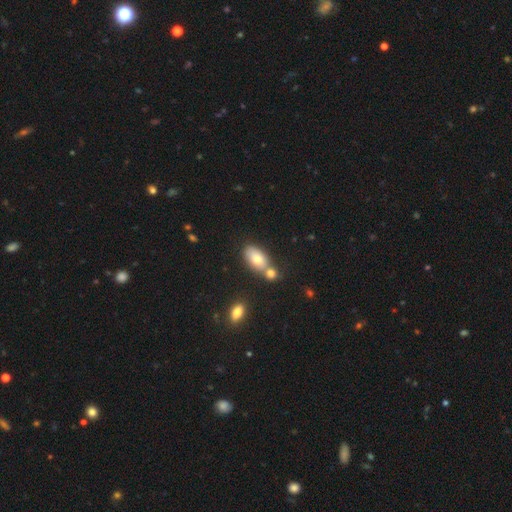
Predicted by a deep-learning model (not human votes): The model was most divided on "merging": none: 60%, merger: 25%, minor disturbance: 12%, major disturbance: 4%. More confident: how rounded — in between (83%); smooth or featured — smooth (69%).